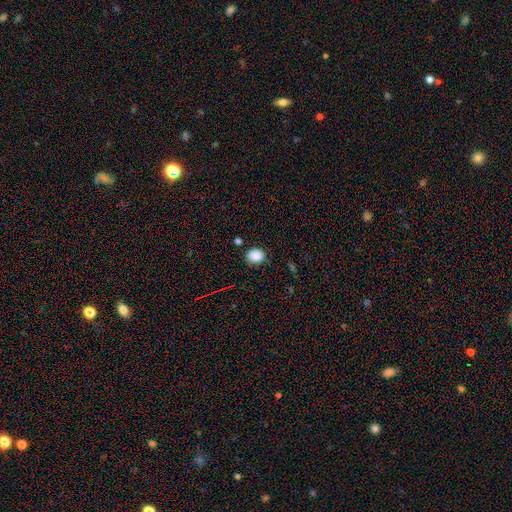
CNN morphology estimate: This appears to be a smooth galaxy with no disk features (86%) that is round (56%). Merging: none (82%).